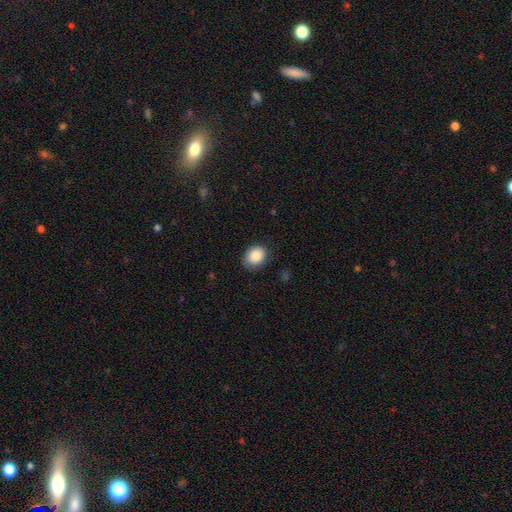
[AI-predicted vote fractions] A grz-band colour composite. It shows a smooth galaxy with no disk features (87%) that is in between round and cigar-shaped (56%). Merging: none (82%).